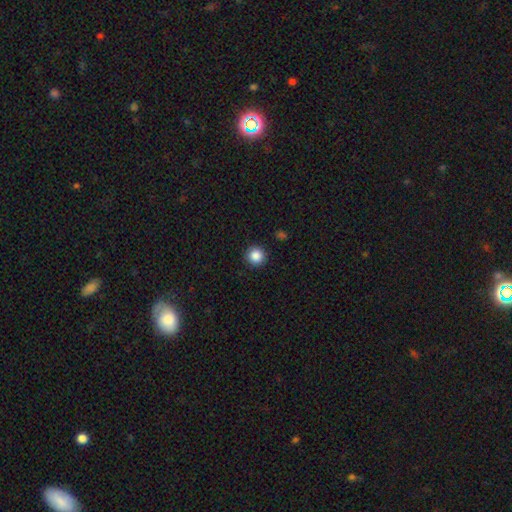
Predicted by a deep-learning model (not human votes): This is clearly a smooth galaxy (86%). How rounded: clearly round (95%). Merging: clearly none (92%).